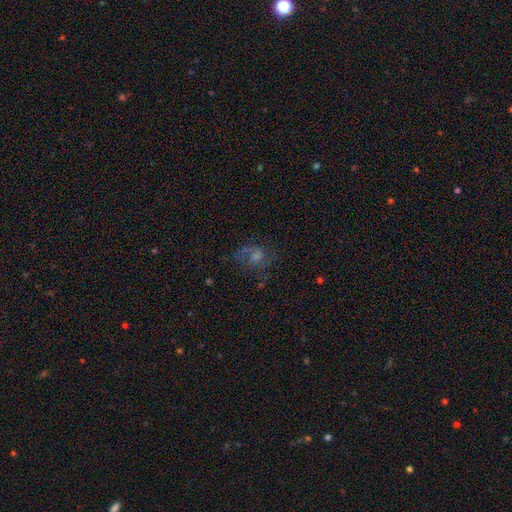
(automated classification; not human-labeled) Smooth or featured? Predicted: featured or disk (p=0.49). Merging? Predicted: none (p=0.58).